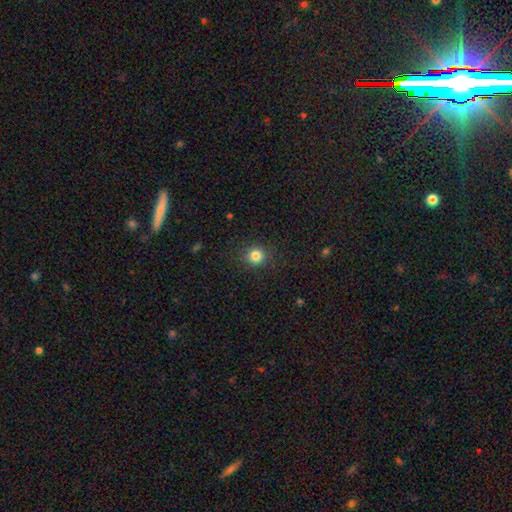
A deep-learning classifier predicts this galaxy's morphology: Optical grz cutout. It shows a smooth galaxy with no disk features (83%) that is round (91%). Merging: none (89%).